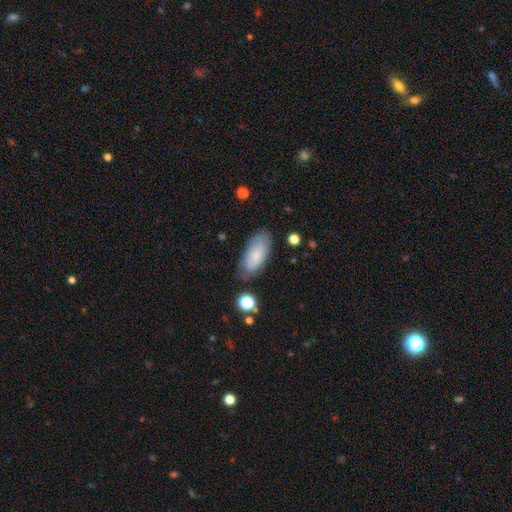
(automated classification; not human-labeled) Morphology: type=smooth (72%); roundness=in between (87%); merging=none (75%).